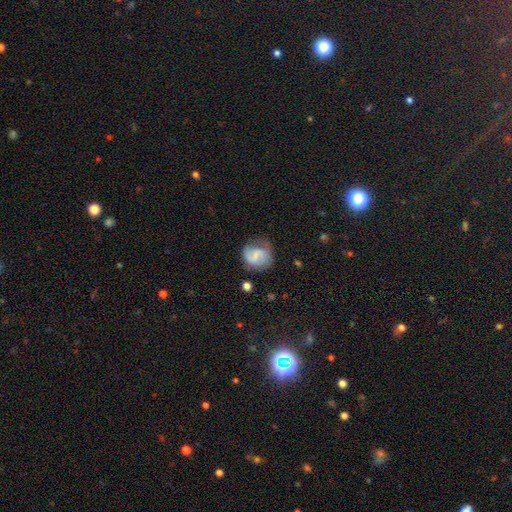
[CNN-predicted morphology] Q: Smooth or featured?
A: smooth (46%); tied with: featured or disk (46%)
Q: Merging?
A: none (49%); runner-up: minor disturbance (30%)